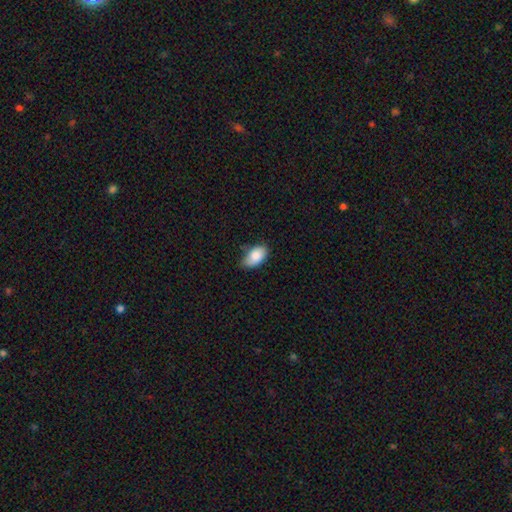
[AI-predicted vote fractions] Smooth or featured? Predicted: smooth (p=0.85). How rounded? Predicted: in between (p=0.92). Merging? Predicted: none (p=0.56).